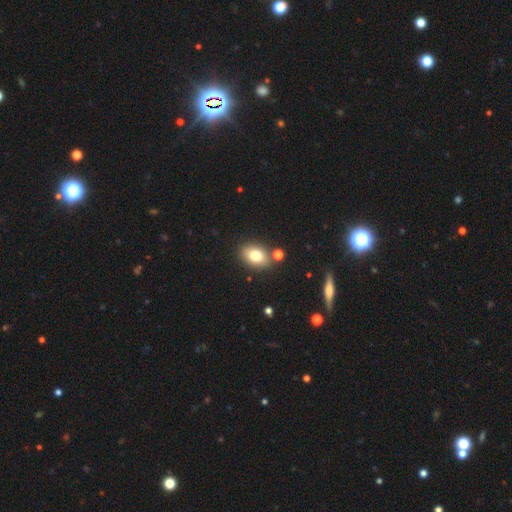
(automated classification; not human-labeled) This appears to be a smooth galaxy with no disk features (78%) that is in between round and cigar-shaped (78%). Merging: none (78%).